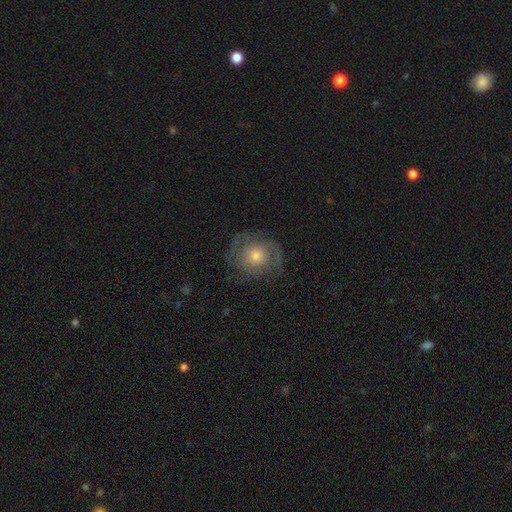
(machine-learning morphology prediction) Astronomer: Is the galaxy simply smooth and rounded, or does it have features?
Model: featured or disk — 69%.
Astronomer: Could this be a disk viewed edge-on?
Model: no — 97%.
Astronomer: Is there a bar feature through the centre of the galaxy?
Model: no — 82%.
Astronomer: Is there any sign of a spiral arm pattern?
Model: yes — 89%.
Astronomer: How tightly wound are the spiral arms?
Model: tight — 50% (runner-up: medium, 38%).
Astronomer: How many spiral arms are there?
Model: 2 — 44% (runner-up: can't tell, 24%).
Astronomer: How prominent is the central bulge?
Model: moderate — 52% (runner-up: small, 38%).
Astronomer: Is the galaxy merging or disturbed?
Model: none — 75%.